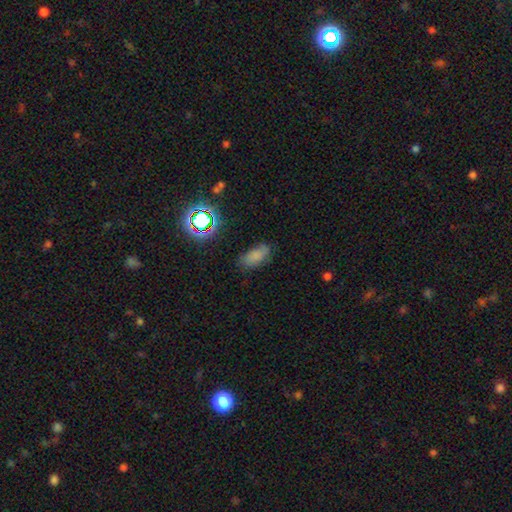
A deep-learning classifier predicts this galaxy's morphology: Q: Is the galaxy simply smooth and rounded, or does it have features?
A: smooth — 72%.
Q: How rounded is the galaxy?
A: in between — 88%.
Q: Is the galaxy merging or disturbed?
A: none — 73%.